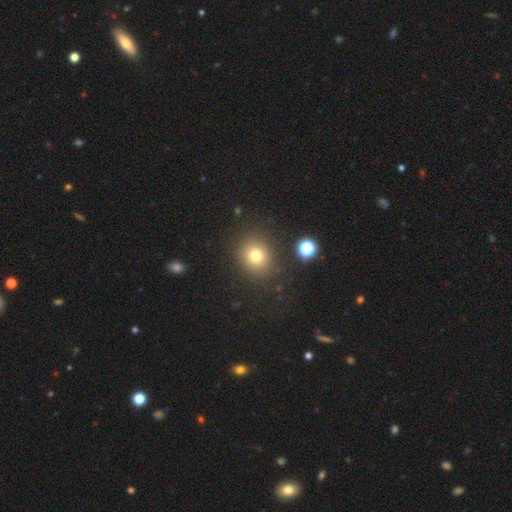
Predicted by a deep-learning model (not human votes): Smooth or featured? smooth (76%)
How rounded? round (80%)
Merging? none (85%)